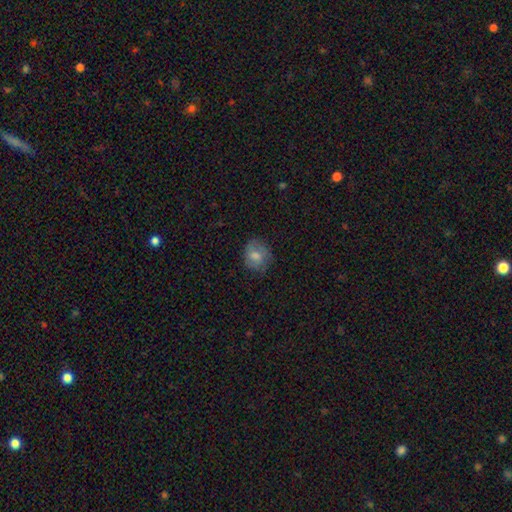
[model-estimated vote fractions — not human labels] A smooth galaxy with no disk features (71%) that is round (66%). Merging: none (68%).